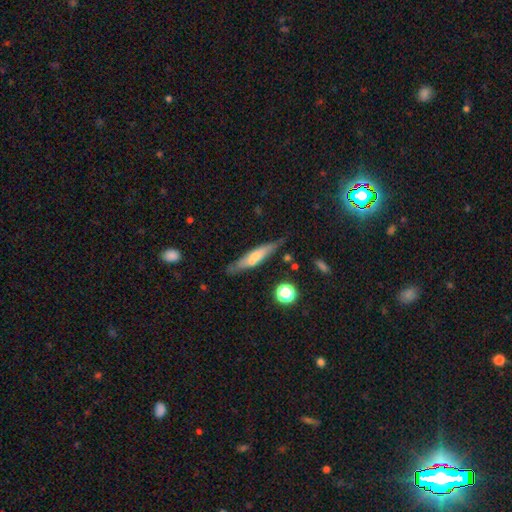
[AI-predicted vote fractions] This is possibly a featured or disk galaxy (50%). It is clearly viewed edge-on (83%). Merging: likely none (75%).